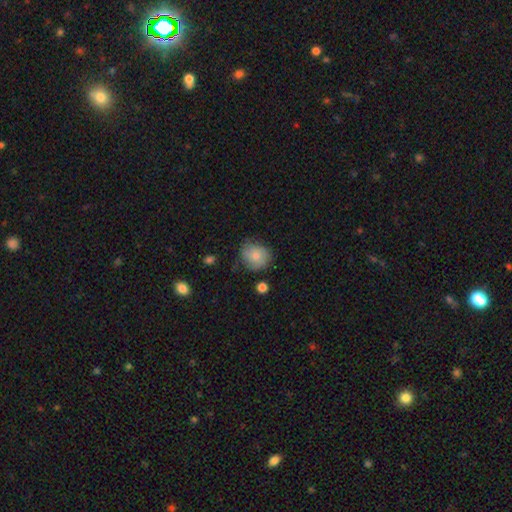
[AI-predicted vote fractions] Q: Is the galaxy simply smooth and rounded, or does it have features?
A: smooth — 77%.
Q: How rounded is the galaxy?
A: round — 75%.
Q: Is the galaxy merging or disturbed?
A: none — 65%.